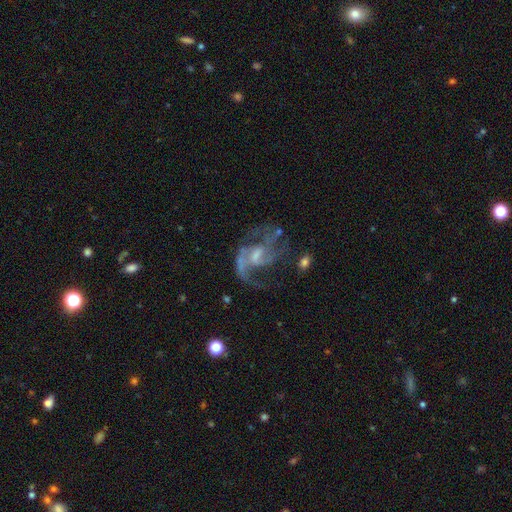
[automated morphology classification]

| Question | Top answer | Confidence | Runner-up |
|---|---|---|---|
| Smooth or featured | featured or disk | 84% | star or artifact (8%) |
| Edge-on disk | no | 98% | yes (2%) |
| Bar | weak | 49% | no (38%) |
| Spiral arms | yes | 90% | no (10%) |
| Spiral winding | medium | 46% | loose (41%) |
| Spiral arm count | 2 | 46% | 3 (16%) |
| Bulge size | small | 45% | moderate (32%) |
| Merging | none | 44% | major disturbance (34%) |